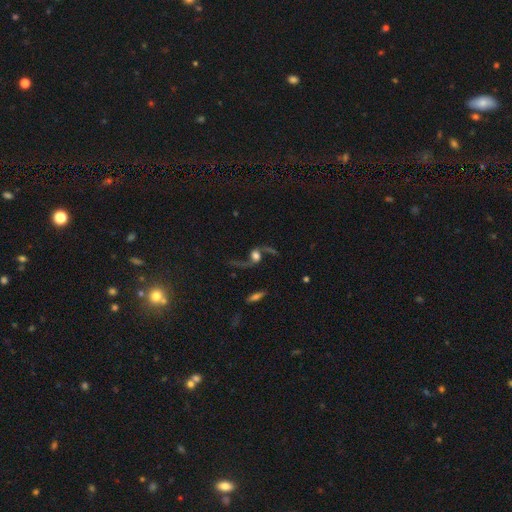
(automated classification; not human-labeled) featured or disk 79%, smooth 11%, star or artifact 9%. Down the decision tree: edge-on disk — no (91%); bar — no (63%); spiral arms — yes (93%); spiral arm count — 2 (92%); spiral winding — loose (91%); bulge size — large (41%); merging — none (61%).